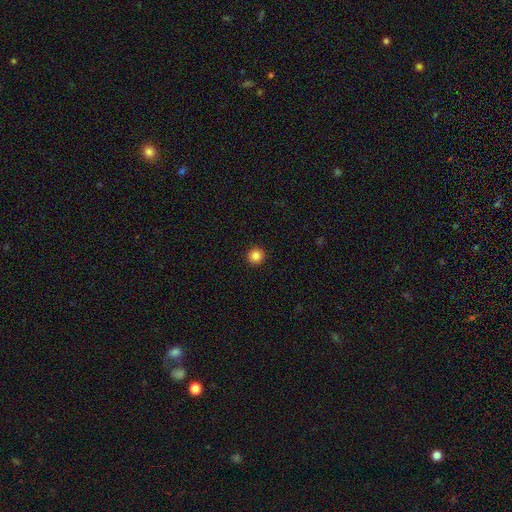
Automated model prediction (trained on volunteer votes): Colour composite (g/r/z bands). It shows a smooth galaxy with no disk features (85%) that is round (95%). Merging: none (94%).